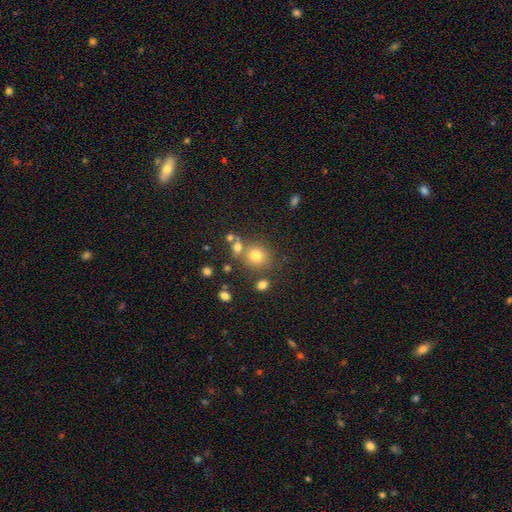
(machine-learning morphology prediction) Smooth or featured? smooth (75%)
How rounded? round (82%)
Merging? none (67%)